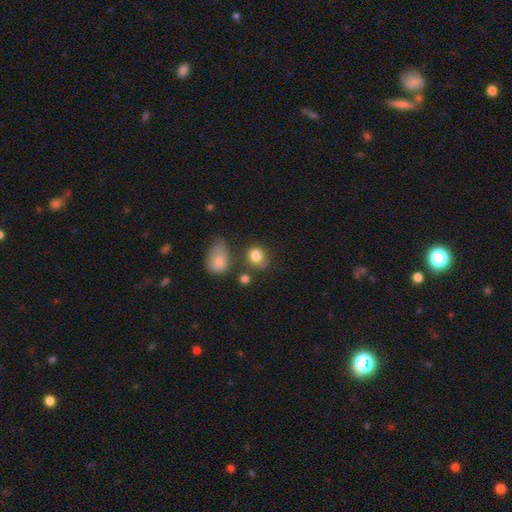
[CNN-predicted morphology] smooth-or-featured: smooth: 81% | star or artifact: 10% | featured or disk: 9%
  how-rounded: round: 68% | in between: 31% | cigar-shaped: 1%
  merging: none: 55% | minor disturbance: 21% | merger: 14% | major disturbance: 10%